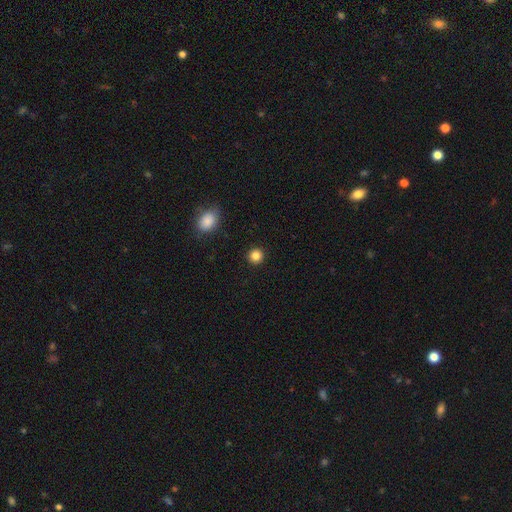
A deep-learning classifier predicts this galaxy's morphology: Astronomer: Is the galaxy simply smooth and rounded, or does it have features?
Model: smooth — 85%.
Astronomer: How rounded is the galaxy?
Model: round — 93%.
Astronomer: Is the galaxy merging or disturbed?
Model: none — 92%.